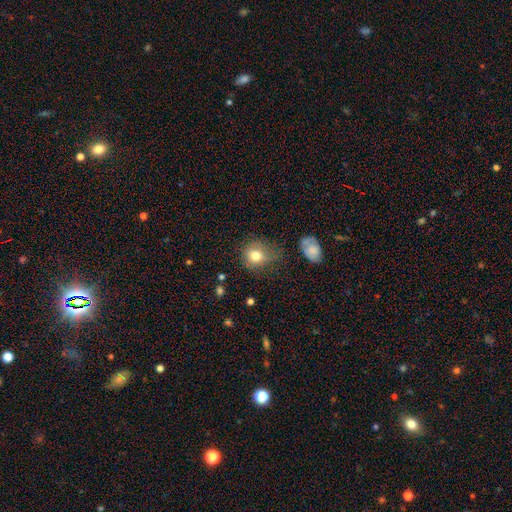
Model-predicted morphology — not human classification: This appears to be a smooth galaxy with no disk features (78%) that is round (69%). Merging: none (55%).